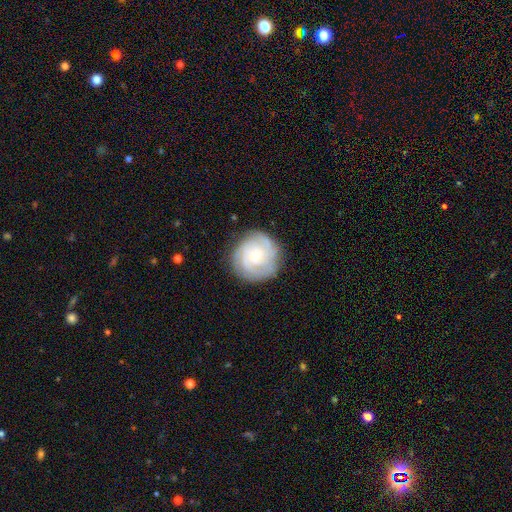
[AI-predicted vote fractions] The model was most divided on "spiral arm count": 3: 37%, can't tell: 20%, 4: 18%, 2: 13%, more than 4: 6%, 1: 6%. More confident: edge-on disk — no (98%); spiral arms — yes (96%); merging — none (84%); smooth or featured — featured or disk (82%); bar — no (74%); spiral winding — tight (73%); bulge size — small (69%).